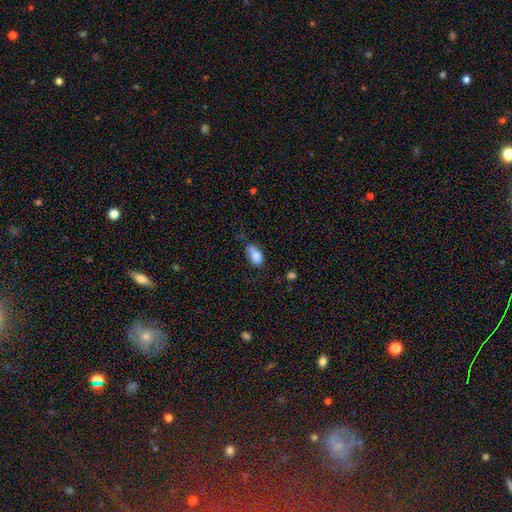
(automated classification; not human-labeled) The model was most divided on "merging": none: 46%, minor disturbance: 37%, major disturbance: 12%, merger: 5%. More confident: how rounded — in between (91%); smooth or featured — smooth (84%).